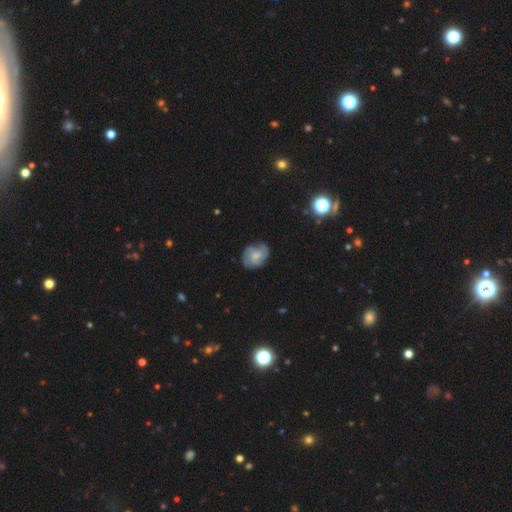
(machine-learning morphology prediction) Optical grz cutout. It shows a featured or disk galaxy (54%) with no bar (68%), spiral arms (83%) and a moderate central bulge (44%). Merging: none (69%).